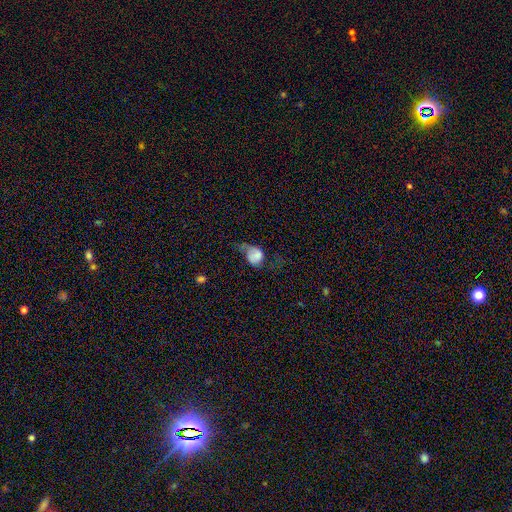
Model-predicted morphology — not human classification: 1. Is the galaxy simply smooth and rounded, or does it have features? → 63% smooth, 27% featured or disk, 9% star or artifact.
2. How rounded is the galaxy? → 57% in between, 42% round, 1% cigar-shaped.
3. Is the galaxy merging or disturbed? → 49% major disturbance, 25% minor disturbance, 19% none, 7% merger.